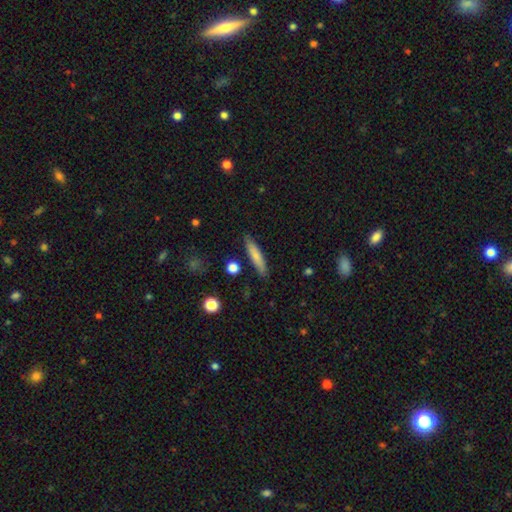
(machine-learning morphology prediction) type=smooth (76%); roundness=cigar-shaped (88%); merging=none (87%).